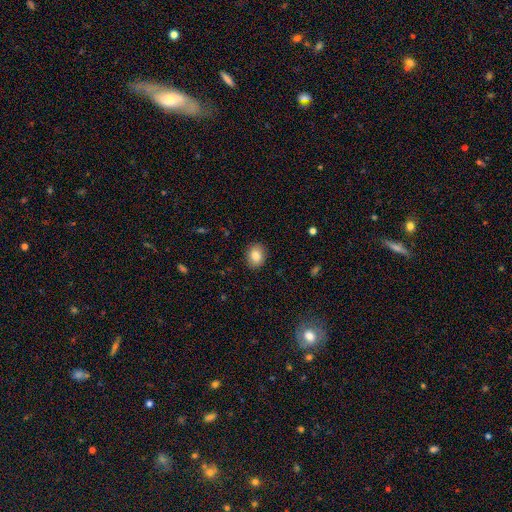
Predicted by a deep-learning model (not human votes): smooth-or-featured: smooth: 83% | star or artifact: 9% | featured or disk: 8%
  how-rounded: round: 52% | in between: 47% | cigar-shaped: 1%
  merging: none: 90% | minor disturbance: 7% | major disturbance: 2% | merger: 1%